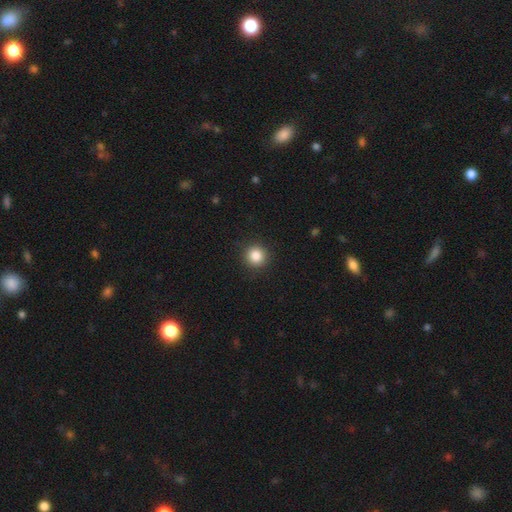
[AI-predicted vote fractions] A smooth galaxy with no disk features (86%) that is round (95%). Merging: none (91%).